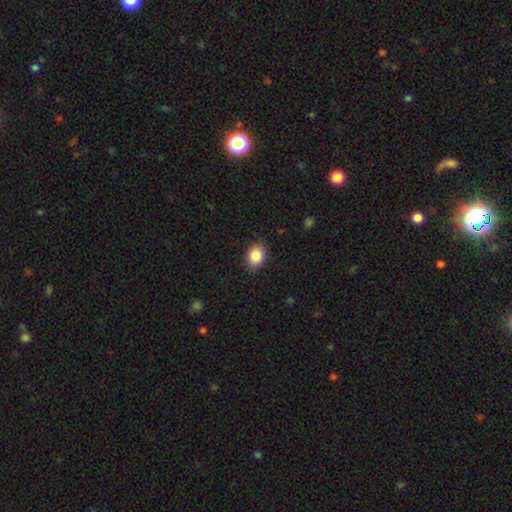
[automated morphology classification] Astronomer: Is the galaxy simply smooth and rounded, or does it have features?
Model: smooth — 87%.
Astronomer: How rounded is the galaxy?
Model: in between — 64%.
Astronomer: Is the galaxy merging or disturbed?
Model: none — 86%.